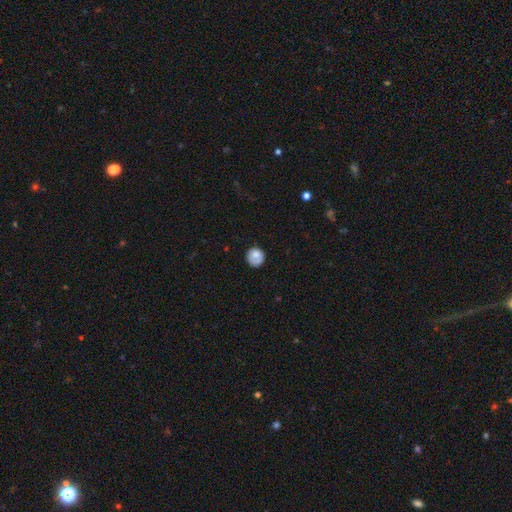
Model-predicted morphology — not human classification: Smooth or featured: smooth — 75% (featured or disk — 16%)
How rounded: round — 89% (in between — 11%)
Merging: none — 71% (minor disturbance — 20%)